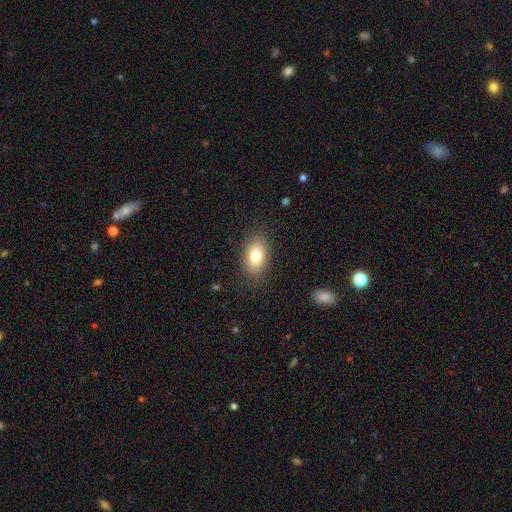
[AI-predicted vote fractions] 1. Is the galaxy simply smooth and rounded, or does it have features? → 78% smooth, 13% featured or disk, 9% star or artifact.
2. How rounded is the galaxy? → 88% in between, 10% round, 2% cigar-shaped.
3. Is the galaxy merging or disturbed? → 86% none, 10% minor disturbance, 3% major disturbance, 1% merger.